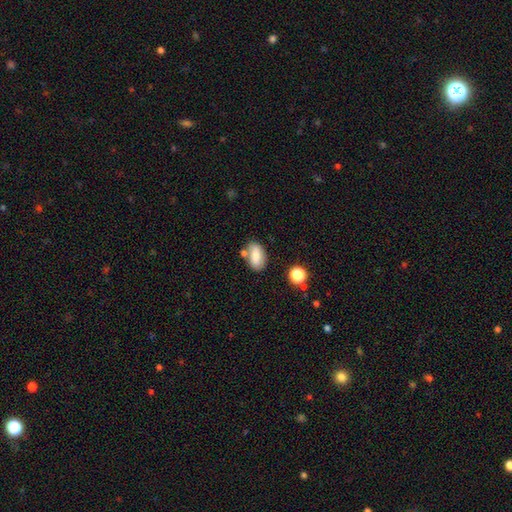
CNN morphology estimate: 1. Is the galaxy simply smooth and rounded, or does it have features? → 74% smooth, 17% featured or disk, 9% star or artifact.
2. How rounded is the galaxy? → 87% in between, 8% round, 5% cigar-shaped.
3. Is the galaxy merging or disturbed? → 68% none, 16% minor disturbance, 13% merger, 4% major disturbance.